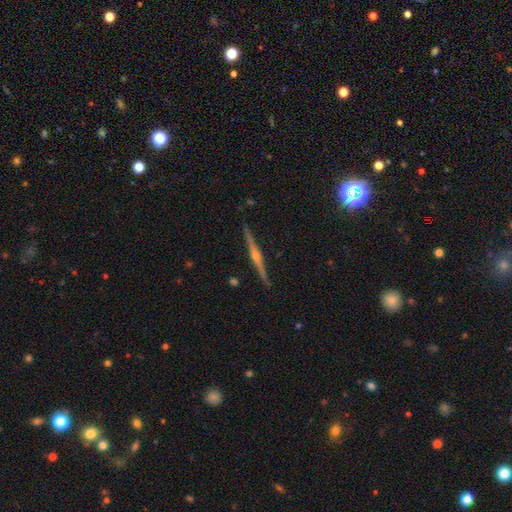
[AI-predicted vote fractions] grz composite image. It shows a featured or disk galaxy (85%) viewed edge-on (99%) with a rounded central bulge (92%). Merging: none (92%).